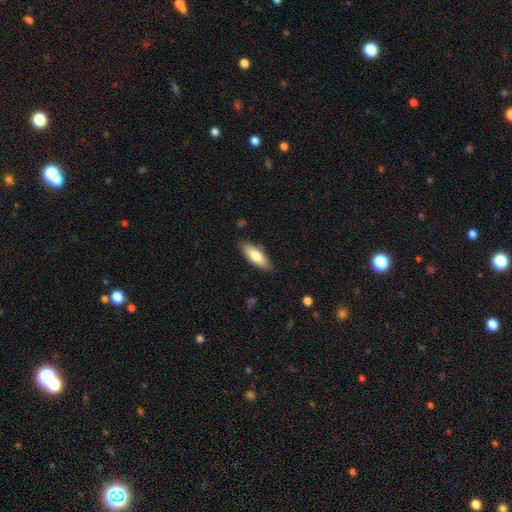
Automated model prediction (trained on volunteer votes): Smooth or featured?
  - smooth: 76% *
  - featured or disk: 18%
  - star or artifact: 6%
How rounded?
  - in between: 65% *
  - cigar-shaped: 33%
  - round: 2%
Merging?
  - none: 85% *
  - minor disturbance: 11%
  - major disturbance: 2%
  - merger: 1%